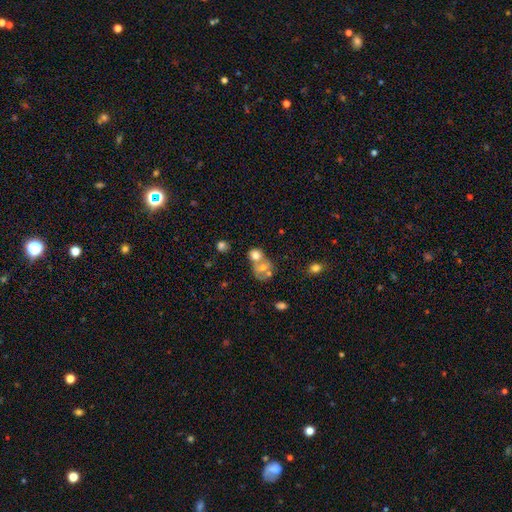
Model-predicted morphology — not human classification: Overall: smooth (69%). How rounded: round (61%; in between 38%). Merging: merger (56%; none 29%).